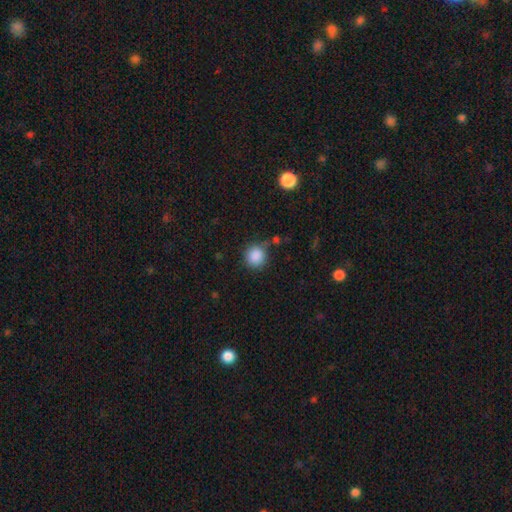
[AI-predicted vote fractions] This appears to be a smooth galaxy with no disk features (88%) that is round (90%). Merging: none (78%).